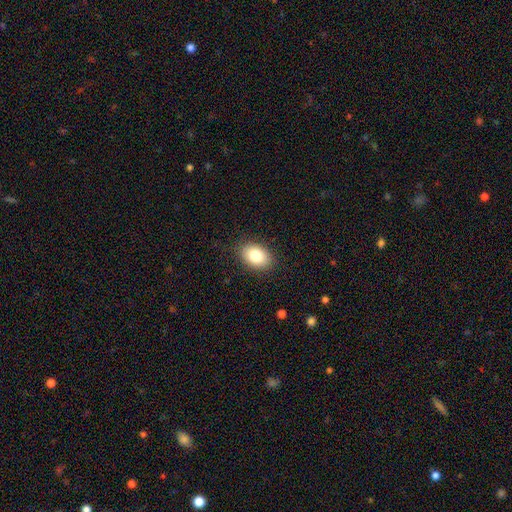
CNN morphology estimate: type=smooth (83%); roundness=in between (82%); merging=none (87%).